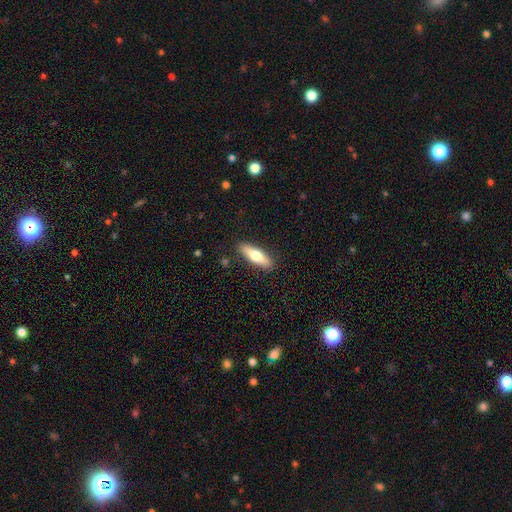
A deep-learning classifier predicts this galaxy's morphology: Q: Smooth or featured?
A: smooth (61%); runner-up: featured or disk (34%)
Q: How rounded?
A: cigar-shaped (58%); runner-up: in between (40%)
Q: Merging?
A: none (88%); runner-up: minor disturbance (9%)